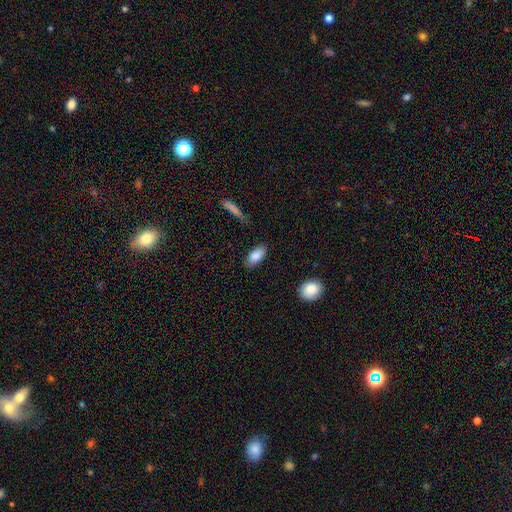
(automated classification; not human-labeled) smooth 87%, featured or disk 7%, star or artifact 6%. Down the decision tree: how rounded — in between (88%); merging — none (84%).